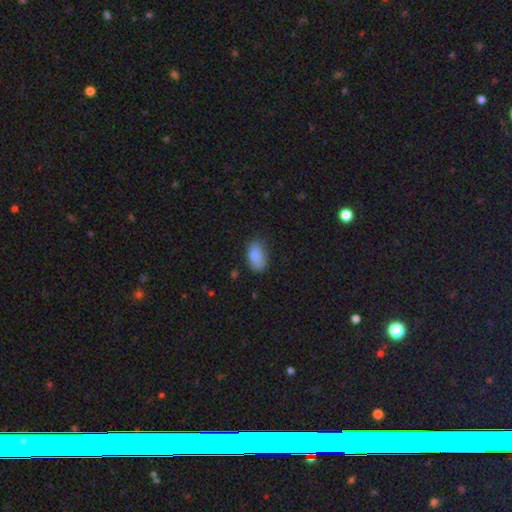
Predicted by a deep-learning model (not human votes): Smooth or featured: smooth — 86% (star or artifact — 8%)
How rounded: in between — 93% (round — 5%)
Merging: none — 74% (minor disturbance — 20%)